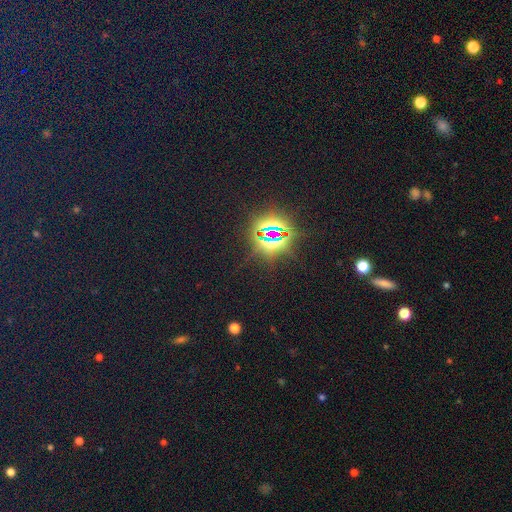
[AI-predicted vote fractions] The model was most divided on "smooth or featured": star or artifact: 74%, smooth: 20%, featured or disk: 6%.